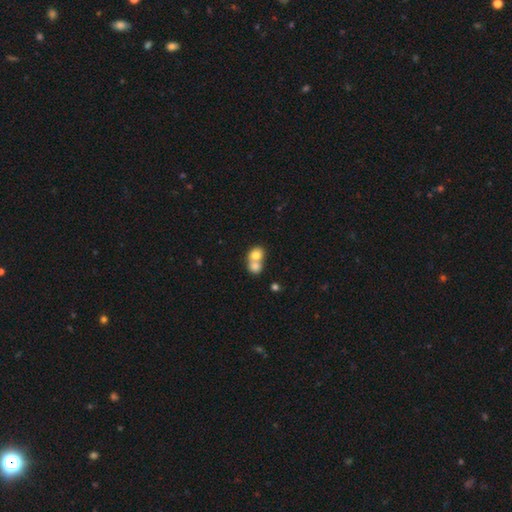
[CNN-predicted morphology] smooth_or_featured: smooth (p=0.76) [alt: featured or disk p=0.15]
how_rounded: round (p=0.65) [alt: in between p=0.34]
merging: merger (p=0.70) [alt: none p=0.23]